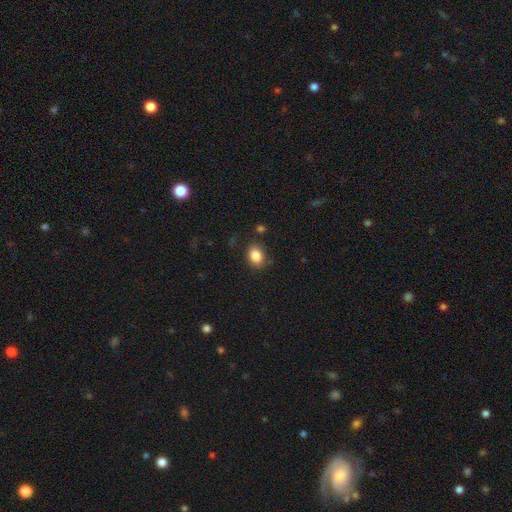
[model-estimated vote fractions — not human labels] Morphology: type=smooth (85%); roundness=in between (64%); merging=none (82%).